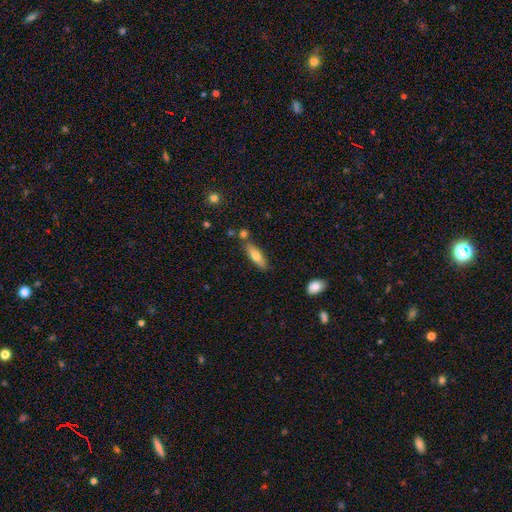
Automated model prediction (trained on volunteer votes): Q: Smooth or featured?
A: smooth (69%); runner-up: featured or disk (24%)
Q: How rounded?
A: cigar-shaped (56%); runner-up: in between (42%)
Q: Merging?
A: none (74%); runner-up: minor disturbance (15%)